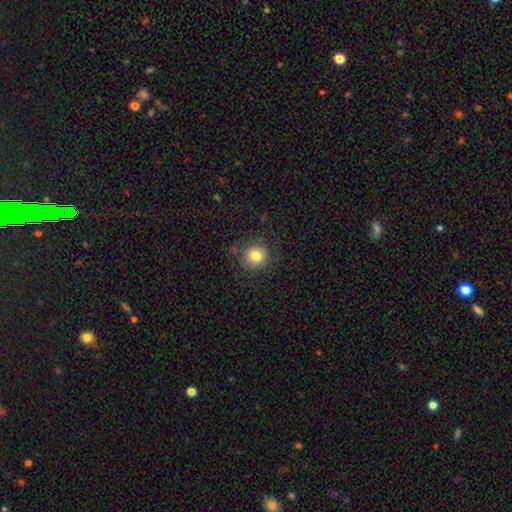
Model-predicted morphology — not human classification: smooth-or-featured: smooth: 79% | star or artifact: 11% | featured or disk: 10%
  how-rounded: round: 92% | in between: 7% | cigar-shaped: 1%
  merging: none: 81% | minor disturbance: 12% | major disturbance: 6% | merger: 2%